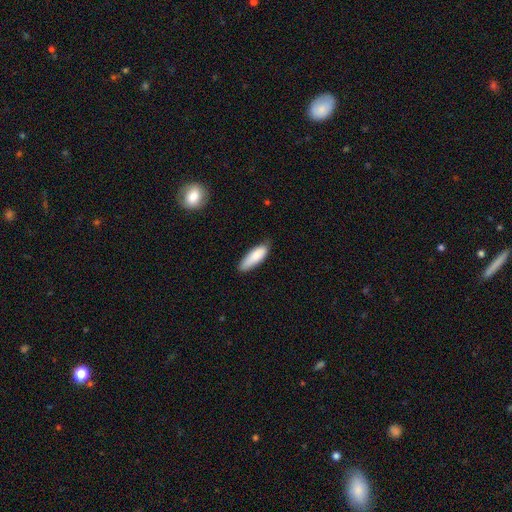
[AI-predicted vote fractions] This appears to be a smooth galaxy with no disk features (85%) that is in between round and cigar-shaped (56%). Merging: none (72%).